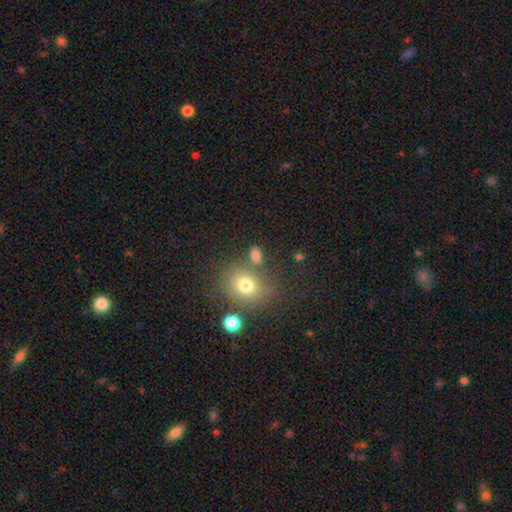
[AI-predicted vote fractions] A smooth galaxy with no disk features (77%) that is in between round and cigar-shaped (70%). Merging: none (68%).